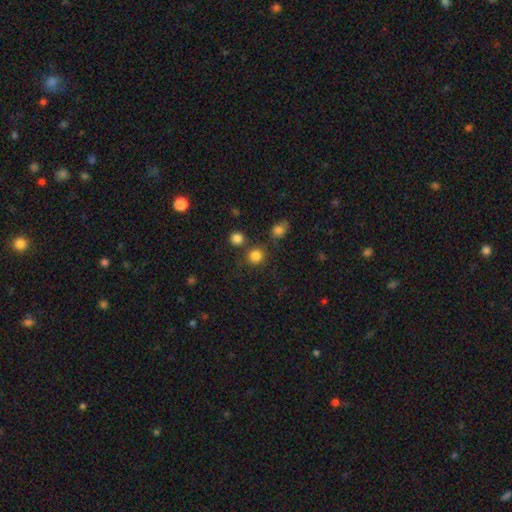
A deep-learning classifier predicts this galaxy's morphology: smooth 82%, star or artifact 13%, featured or disk 5%. Down the decision tree: how rounded — round (89%); merging — none (76%).